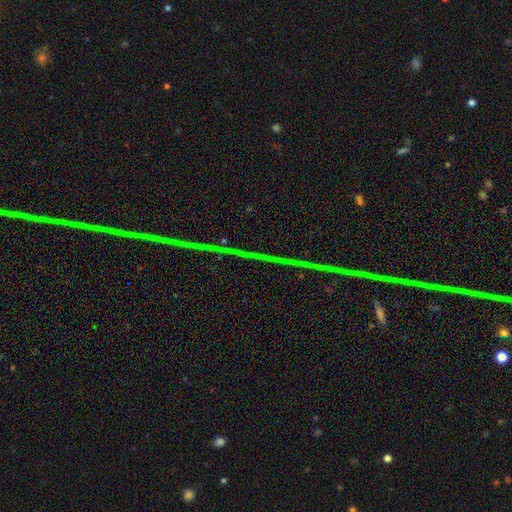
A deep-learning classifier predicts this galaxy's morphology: Smooth or featured?
  - star or artifact: 87% *
  - featured or disk: 7%
  - smooth: 5%